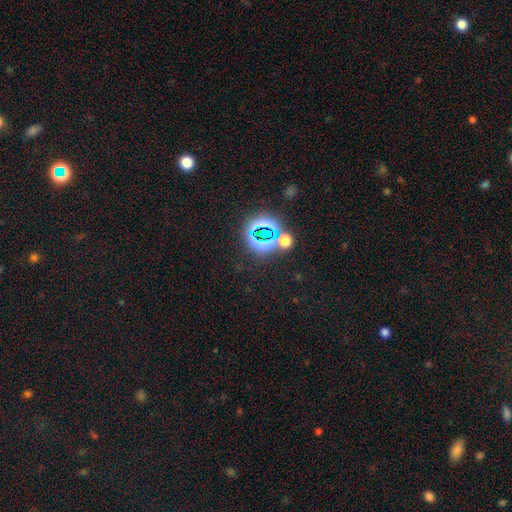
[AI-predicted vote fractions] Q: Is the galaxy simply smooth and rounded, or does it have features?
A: star or artifact — 76%.